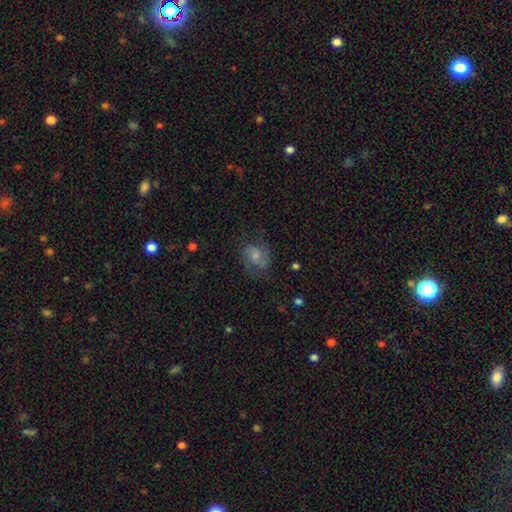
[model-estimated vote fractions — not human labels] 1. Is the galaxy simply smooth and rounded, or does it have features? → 49% smooth, 41% featured or disk, 10% star or artifact.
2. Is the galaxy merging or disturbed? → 60% none, 23% minor disturbance, 16% major disturbance, 2% merger.